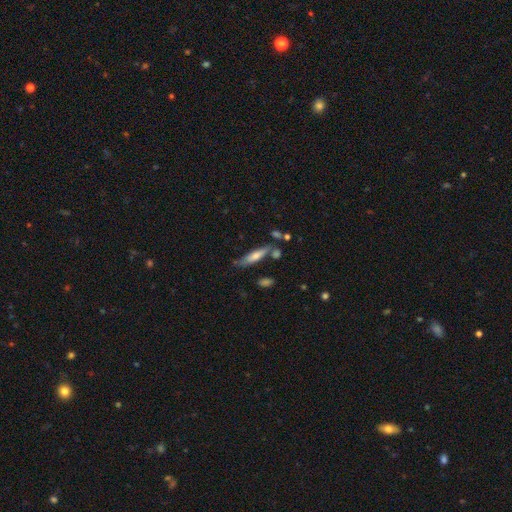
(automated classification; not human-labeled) Smooth or featured? featured or disk (49%)
Merging? none (64%)